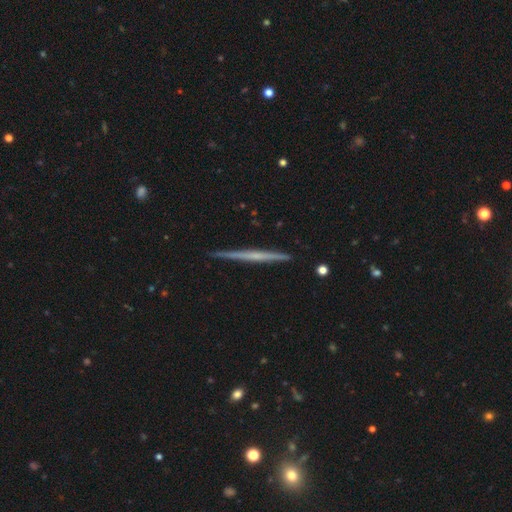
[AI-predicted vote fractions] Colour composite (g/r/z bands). It shows a featured or disk galaxy (64%) viewed edge-on (98%) with no central bulge (76%). Merging: none (91%).